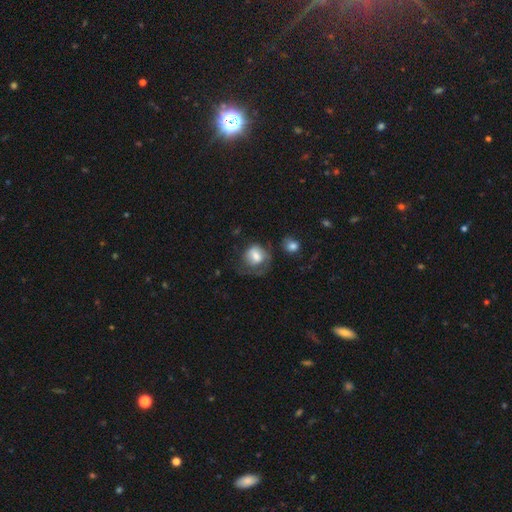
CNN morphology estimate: This appears to be a smooth galaxy with no disk features (64%) that is round (63%). Merging: none (36%).